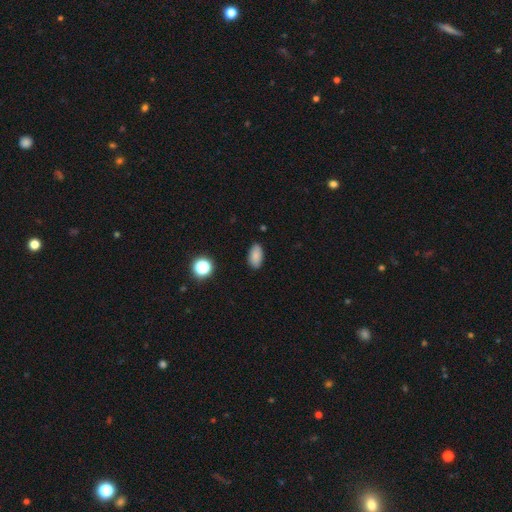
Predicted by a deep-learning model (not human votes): The model was most divided on "smooth or featured": smooth: 86%, star or artifact: 10%, featured or disk: 5%. More confident: how rounded — in between (92%); merging — none (86%).